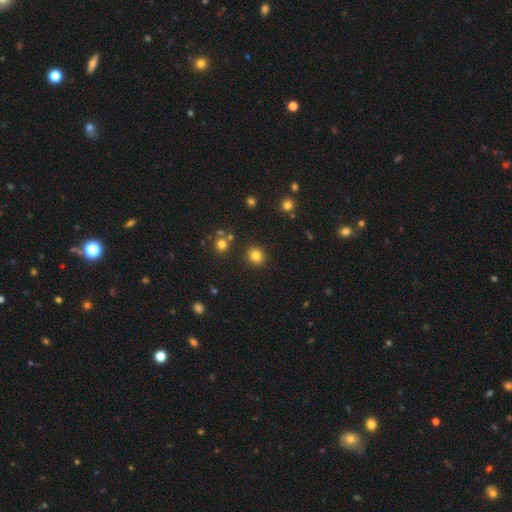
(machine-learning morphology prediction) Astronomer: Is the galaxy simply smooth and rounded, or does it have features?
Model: smooth — 82%.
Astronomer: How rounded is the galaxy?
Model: round — 80%.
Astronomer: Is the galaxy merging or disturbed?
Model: none — 89%.